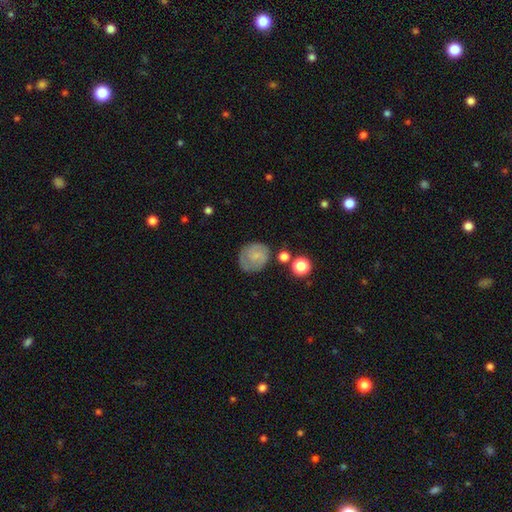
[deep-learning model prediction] smooth-or-featured: smooth: 57% | featured or disk: 34% | star or artifact: 9%
  how-rounded: round: 76% | in between: 23% | cigar-shaped: 1%
  merging: none: 67% | minor disturbance: 20% | major disturbance: 8% | merger: 5%